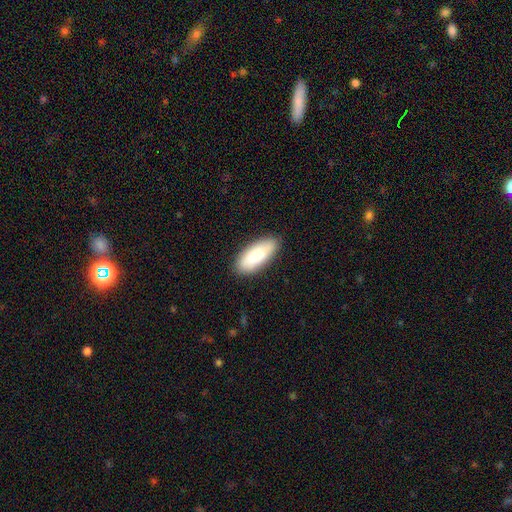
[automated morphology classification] Smooth or featured: smooth — 83% (featured or disk — 11%)
How rounded: in between — 83% (cigar-shaped — 16%)
Merging: none — 86% (minor disturbance — 11%)